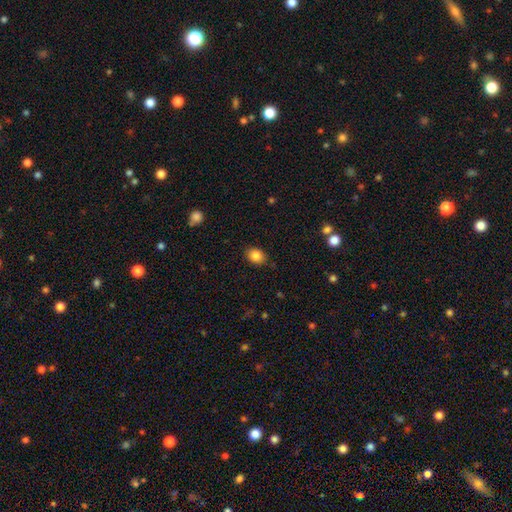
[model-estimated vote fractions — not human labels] Smooth or featured? smooth (85%)
How rounded? in between (57%)
Merging? none (86%)